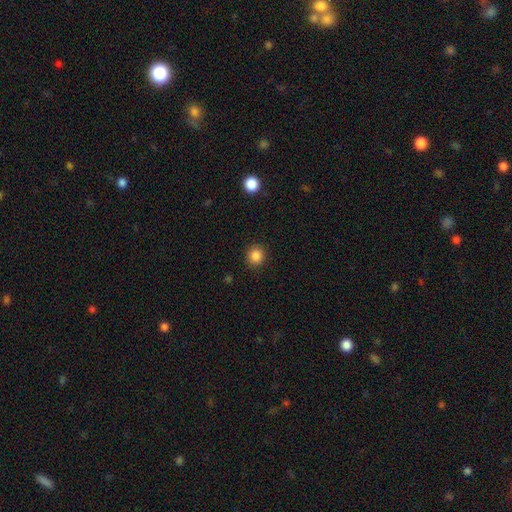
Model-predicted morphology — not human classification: smooth_or_featured: smooth (p=0.86) [alt: star or artifact p=0.11]
how_rounded: round (p=0.90) [alt: in between p=0.09]
merging: none (p=0.91) [alt: minor disturbance p=0.06]